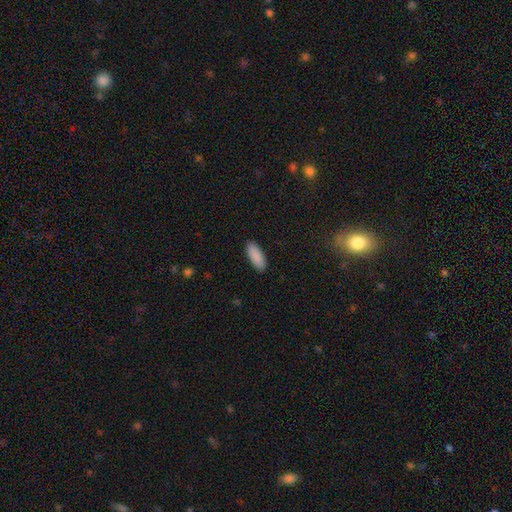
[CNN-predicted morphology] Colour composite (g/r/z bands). It shows a smooth galaxy with no disk features (90%) that is in between round and cigar-shaped (75%). Merging: none (90%).